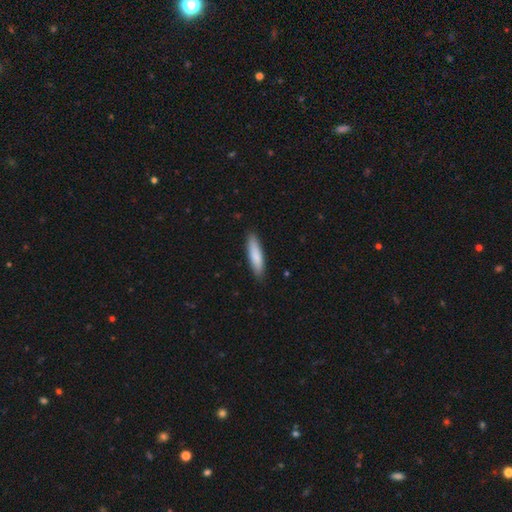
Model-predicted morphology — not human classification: Smooth or featured? Predicted: smooth (p=0.84). How rounded? Predicted: cigar-shaped (p=0.71). Merging? Predicted: none (p=0.88).